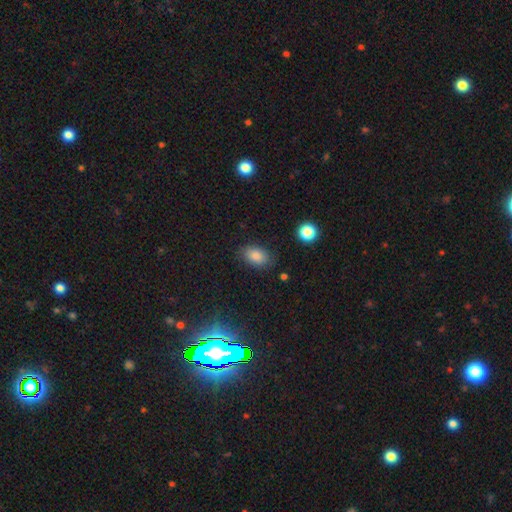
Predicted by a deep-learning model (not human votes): This appears to be a smooth galaxy with no disk features (83%) that is in between round and cigar-shaped (85%). Merging: none (81%).